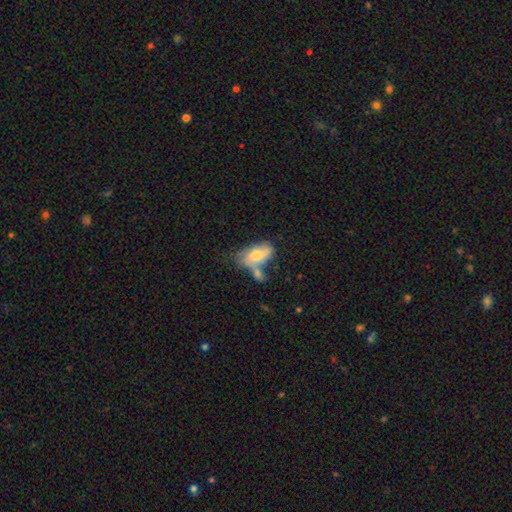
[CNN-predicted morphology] This appears to be a smooth galaxy with no disk features (60%) that is in between round and cigar-shaped (90%). Merging: merger (35%).